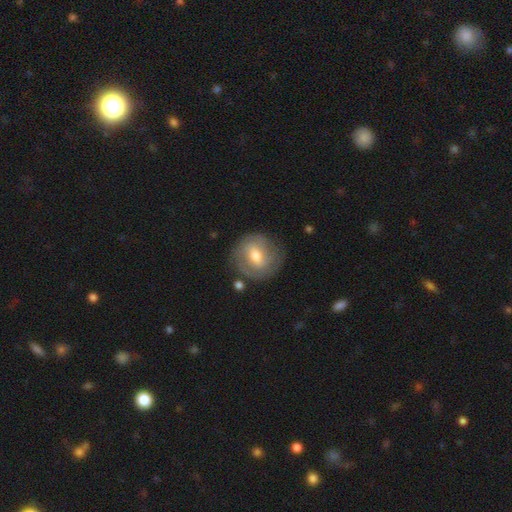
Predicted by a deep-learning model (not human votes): A featured or disk galaxy (54%) with a weak bar (54%), spiral arms (69%) and a moderate central bulge (74%). Merging: none (77%).